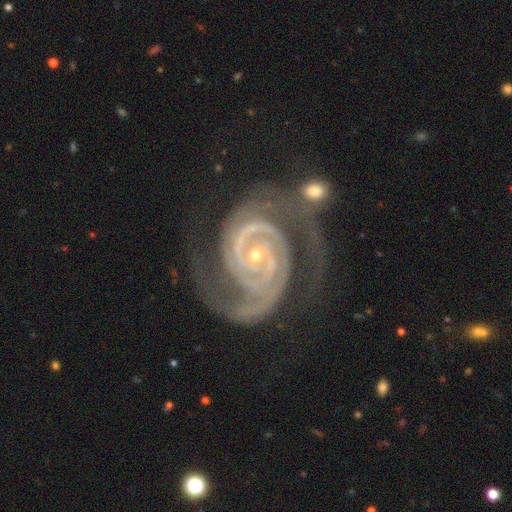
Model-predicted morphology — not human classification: Smooth or featured?
  - featured or disk: 93% *
  - star or artifact: 5%
  - smooth: 2%
Edge-on disk?
  - no: 98% *
  - yes: 2%
Bar?
  - no: 61% *
  - weak: 25%
  - strong: 14%
Spiral arms?
  - yes: 99% *
  - no: 1%
Spiral winding?
  - tight: 70% *
  - medium: 26%
  - loose: 4%
Spiral arm count?
  - 2: 77% *
  - 3: 9%
  - can't tell: 5%
  - 4: 3%
  - 1: 3%
  - more than 4: 3%
Bulge size?
  - small: 83% *
  - moderate: 13%
  - none: 2%
  - large: 1%
  - dominant: 1%
Merging?
  - none: 52% *
  - minor disturbance: 20%
  - major disturbance: 17%
  - merger: 11%